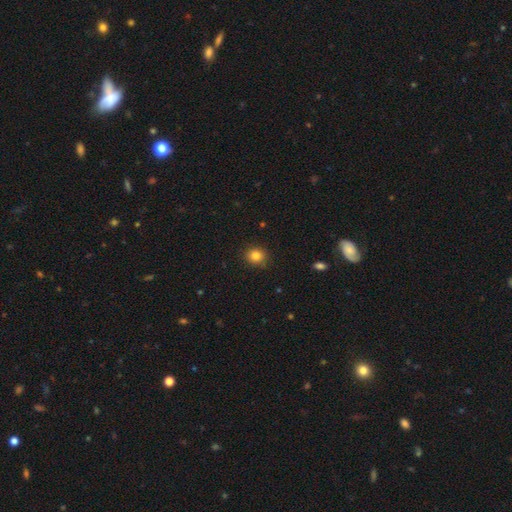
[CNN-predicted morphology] Smooth or featured? Predicted: smooth (p=0.85). How rounded? Predicted: round (p=0.80). Merging? Predicted: none (p=0.86).